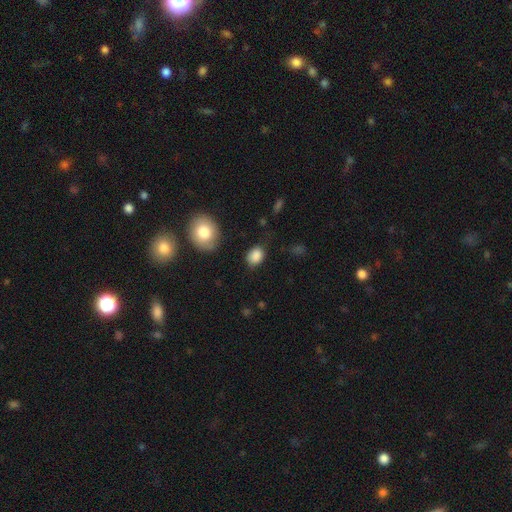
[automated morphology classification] smooth 87%, star or artifact 9%, featured or disk 5%. Down the decision tree: how rounded — in between (67%); merging — none (75%).